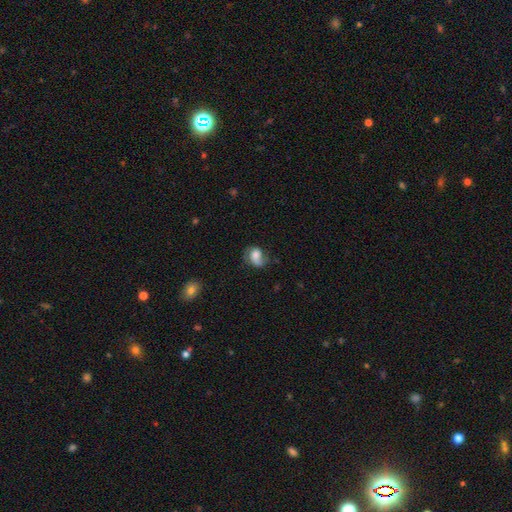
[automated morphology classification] A smooth galaxy with no disk features (57%) that is in between round and cigar-shaped (57%). Merging: none (41%).